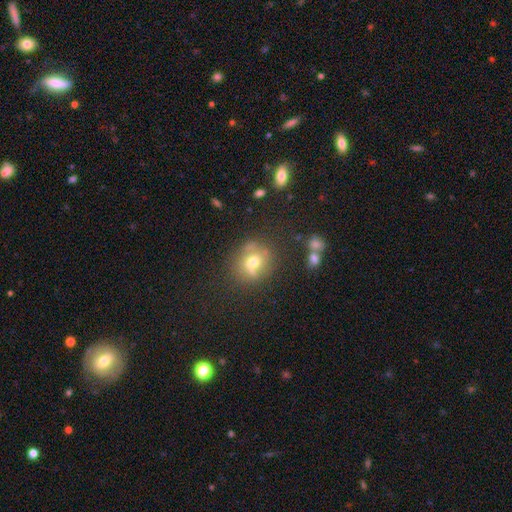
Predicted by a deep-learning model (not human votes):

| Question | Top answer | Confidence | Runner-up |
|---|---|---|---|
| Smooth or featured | smooth | 61% | star or artifact (25%) |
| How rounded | round | 79% | in between (20%) |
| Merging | none | 75% | minor disturbance (11%) |